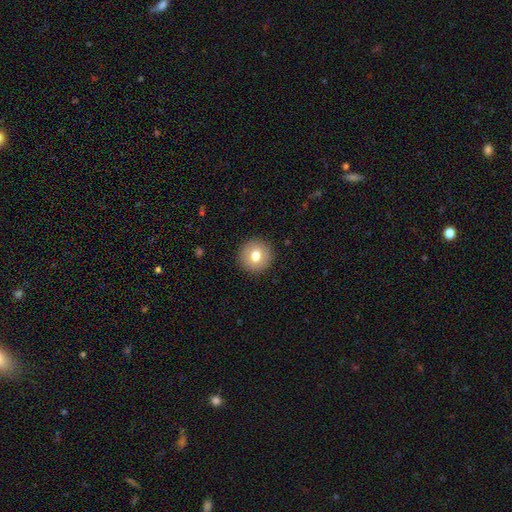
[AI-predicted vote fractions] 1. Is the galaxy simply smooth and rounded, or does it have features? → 76% smooth, 15% featured or disk, 9% star or artifact.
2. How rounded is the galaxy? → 94% round, 5% in between, 1% cigar-shaped.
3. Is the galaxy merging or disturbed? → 92% none, 5% minor disturbance, 2% major disturbance, 1% merger.